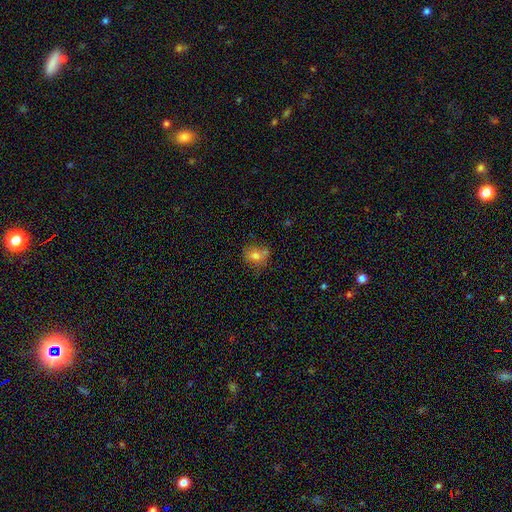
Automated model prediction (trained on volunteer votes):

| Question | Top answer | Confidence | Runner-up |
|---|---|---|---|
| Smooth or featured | smooth | 72% | featured or disk (16%) |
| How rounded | round | 66% | in between (33%) |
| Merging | none | 54% | minor disturbance (20%) |